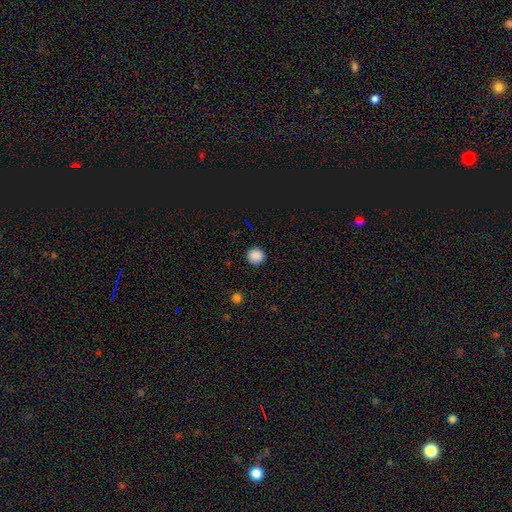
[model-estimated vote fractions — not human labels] smooth 87%, star or artifact 10%, featured or disk 3%. Down the decision tree: how rounded — round (93%); merging — none (91%).